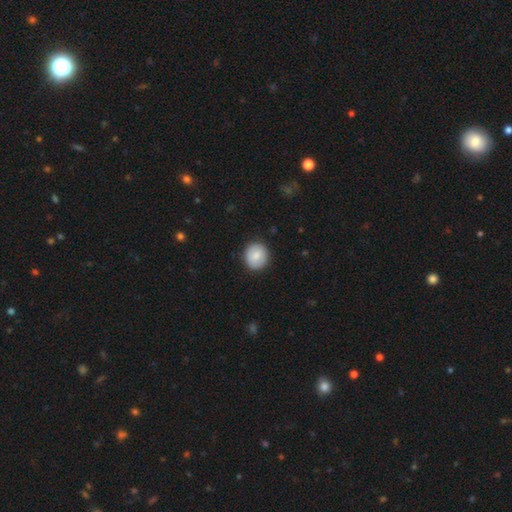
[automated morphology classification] The model was most divided on "smooth or featured": smooth: 83%, featured or disk: 10%, star or artifact: 7%. More confident: merging — none (90%); how rounded — round (88%).